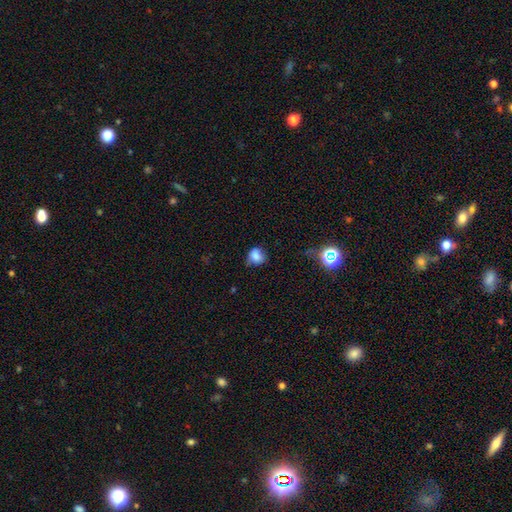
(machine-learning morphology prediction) Q: Smooth or featured?
A: smooth (78%); runner-up: star or artifact (12%)
Q: How rounded?
A: round (66%); runner-up: in between (33%)
Q: Merging?
A: none (54%); runner-up: minor disturbance (33%)